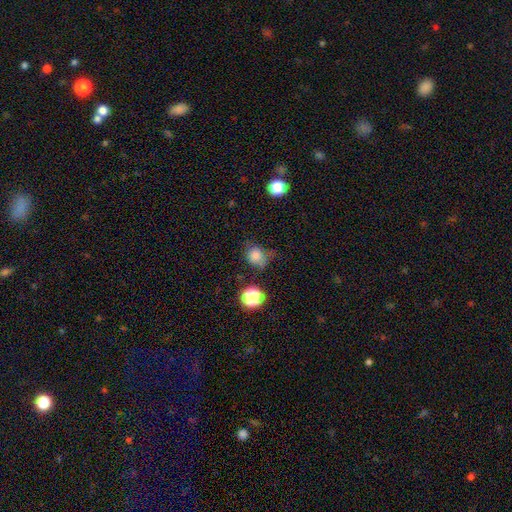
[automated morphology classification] Smooth or featured? Predicted: smooth (p=0.80). How rounded? Predicted: round (p=0.68). Merging? Predicted: none (p=0.53).